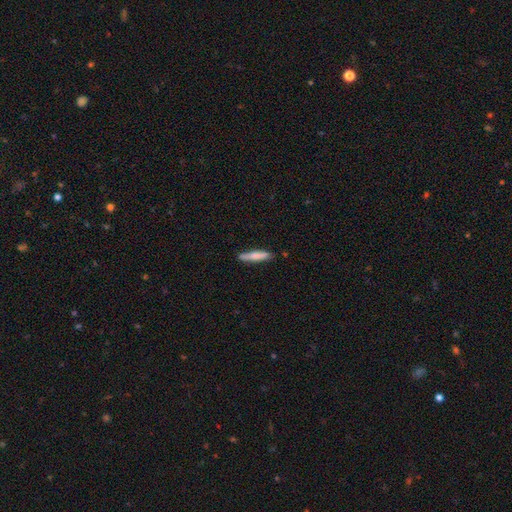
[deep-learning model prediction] Overall: smooth (73%). How rounded: cigar-shaped (89%). Merging: none (82%).